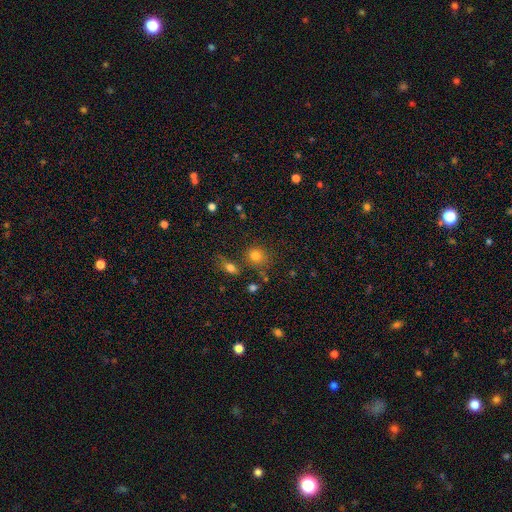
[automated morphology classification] Smooth or featured: smooth — 79% (star or artifact — 13%)
How rounded: round — 81% (in between — 18%)
Merging: none — 70% (minor disturbance — 13%)